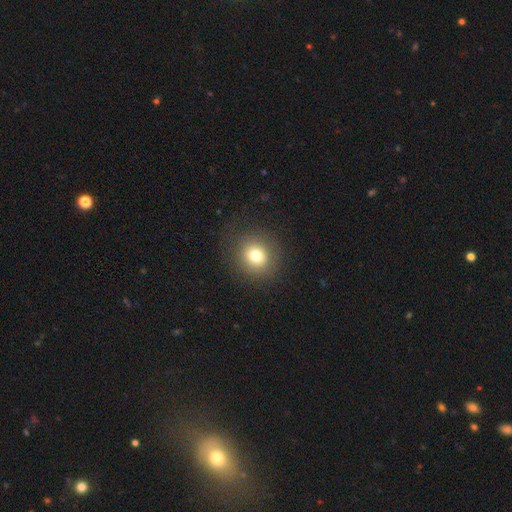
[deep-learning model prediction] Smooth or featured? smooth (75%)
How rounded? round (87%)
Merging? none (85%)